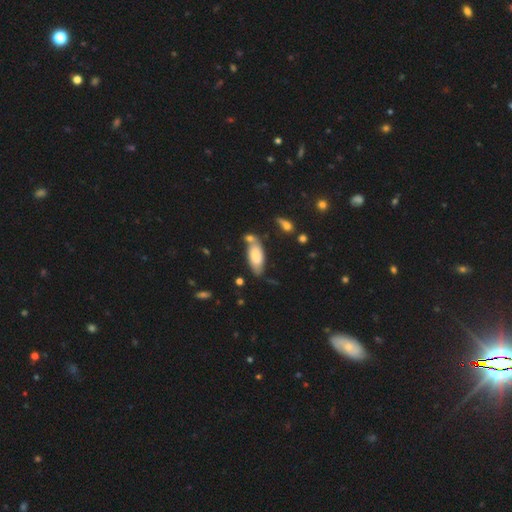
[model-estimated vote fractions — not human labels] A smooth galaxy with no disk features (71%) that is in between round and cigar-shaped (82%).

Vote fractions:
- Smooth or featured? smooth: 71% / featured or disk: 22% / star or artifact: 7%
- How rounded? in between: 82% / cigar-shaped: 16% / round: 2%
- Merging? none: 52% / minor disturbance: 21% / merger: 20% / major disturbance: 7%